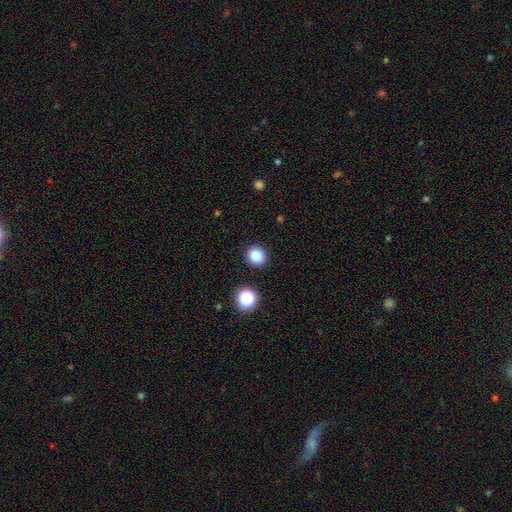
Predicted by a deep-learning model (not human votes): This appears to be a smooth galaxy with no disk features (84%) that is round (87%). Merging: none (90%).